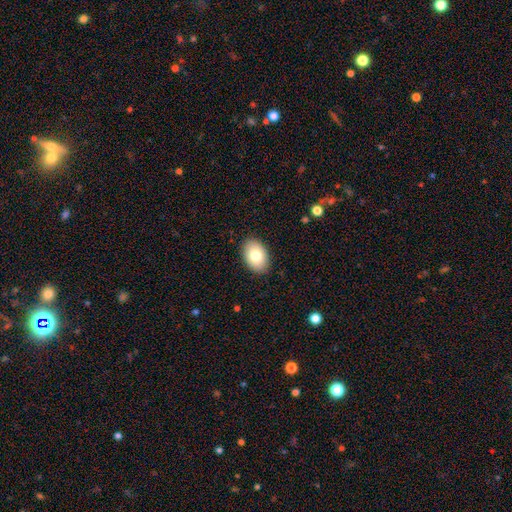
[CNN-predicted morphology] Smooth or featured?
  - smooth: 80% *
  - featured or disk: 13%
  - star or artifact: 8%
How rounded?
  - in between: 87% *
  - round: 12%
  - cigar-shaped: 1%
Merging?
  - none: 89% *
  - minor disturbance: 8%
  - major disturbance: 2%
  - merger: 1%